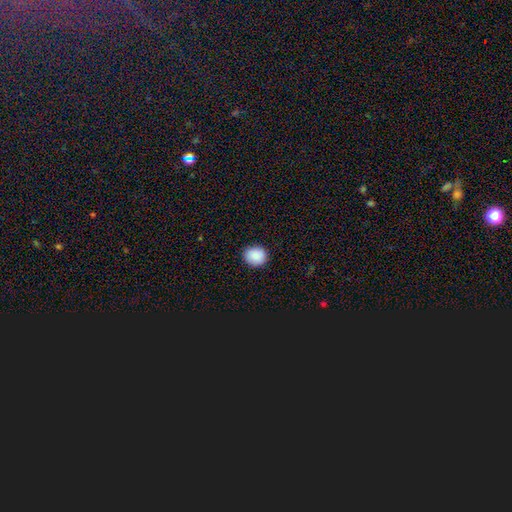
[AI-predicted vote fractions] smooth-or-featured: smooth: 89% | star or artifact: 8% | featured or disk: 3%
  how-rounded: round: 77% | in between: 22% | cigar-shaped: 1%
  merging: none: 90% | minor disturbance: 7% | major disturbance: 2% | merger: 1%